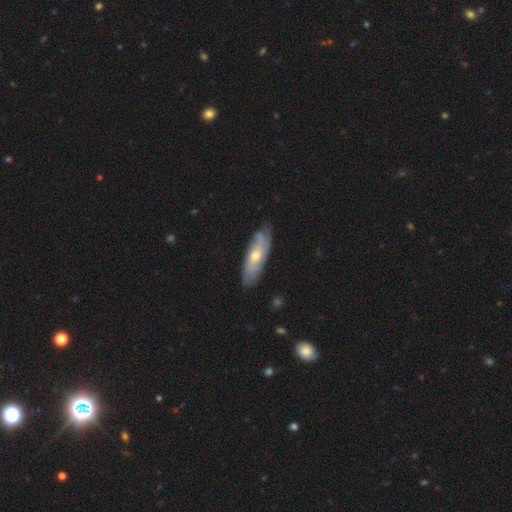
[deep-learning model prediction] This is possibly a featured or disk galaxy (57%). It is likely not viewed edge-on (70%). Merging: likely none (76%).